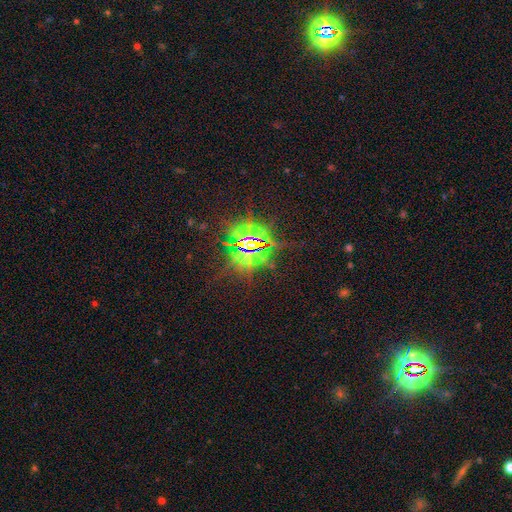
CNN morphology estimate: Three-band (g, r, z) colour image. It shows a star or artifact, not a galaxy (85%).